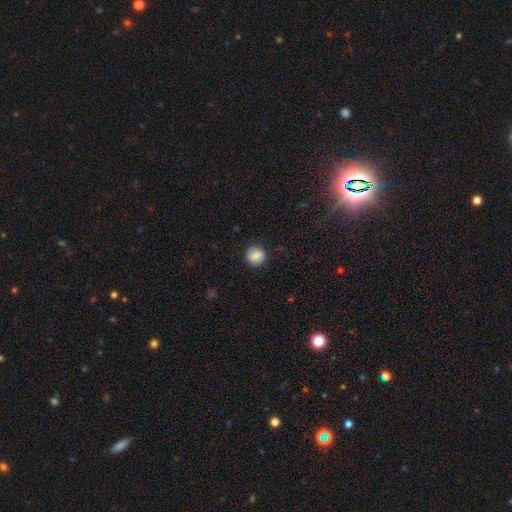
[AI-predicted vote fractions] A smooth galaxy with no disk features (85%) that is round (91%).

Vote fractions:
- Smooth or featured? smooth: 85% / star or artifact: 8% / featured or disk: 6%
- How rounded? round: 91% / in between: 8% / cigar-shaped: 1%
- Merging? none: 88% / minor disturbance: 8% / major disturbance: 3% / merger: 1%